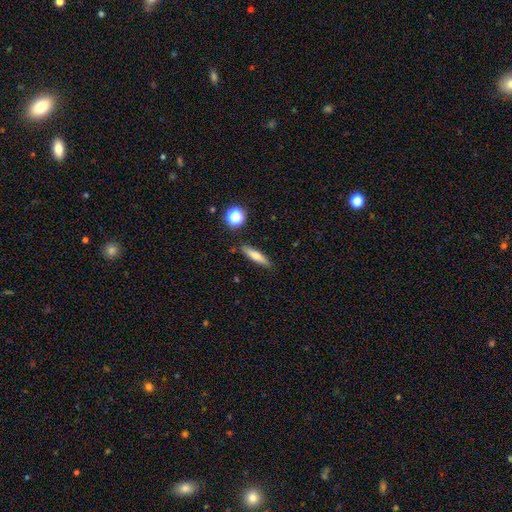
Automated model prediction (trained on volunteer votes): Morphology: type=smooth (66%); roundness=cigar-shaped (78%); merging=none (85%).